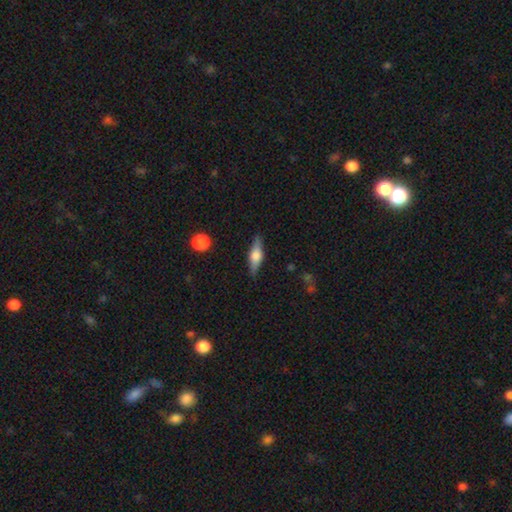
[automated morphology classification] This appears to be a featured or disk galaxy (53%) viewed edge-on (94%). Merging: none (85%).